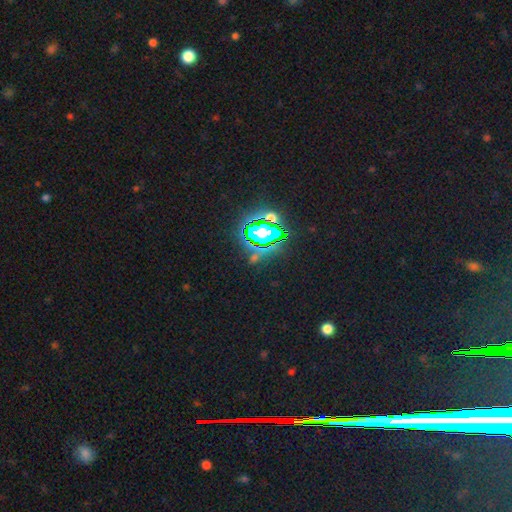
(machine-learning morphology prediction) smooth-or-featured: star or artifact: 73% | smooth: 17% | featured or disk: 10%